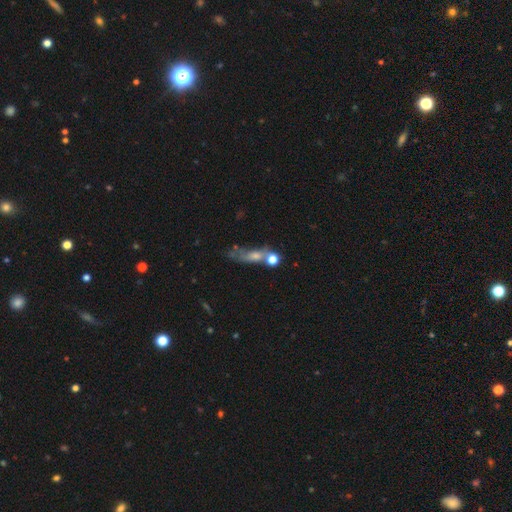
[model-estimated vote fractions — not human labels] Smooth or featured? Predicted: smooth (p=0.51). How rounded? Predicted: in between (p=0.43). Merging? Predicted: none (p=0.30).